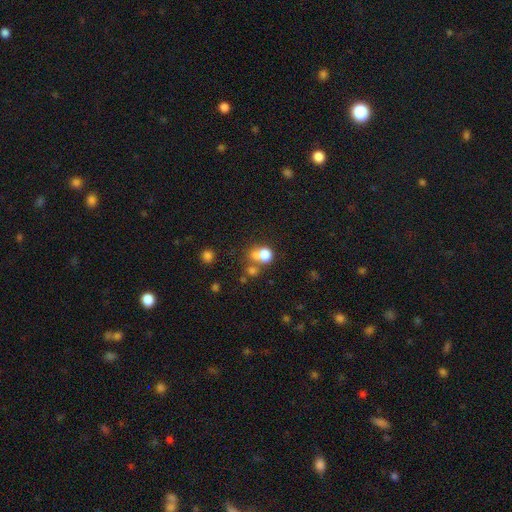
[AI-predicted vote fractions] Smooth or featured?
  - smooth: 69% *
  - star or artifact: 18%
  - featured or disk: 13%
How rounded?
  - round: 65% *
  - in between: 34%
  - cigar-shaped: 1%
Merging?
  - merger: 42% *
  - none: 38%
  - minor disturbance: 11%
  - major disturbance: 9%